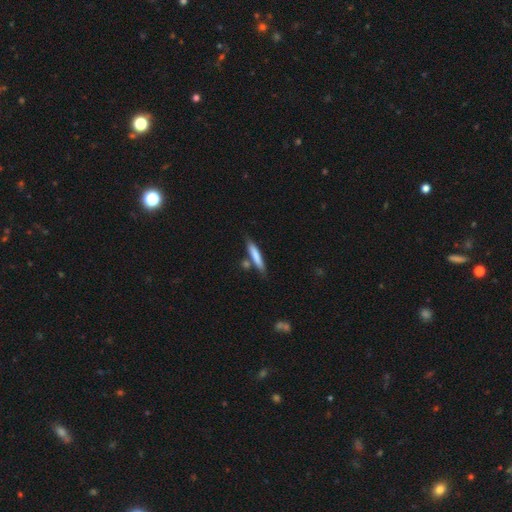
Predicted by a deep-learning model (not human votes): smooth_or_featured: smooth (p=0.76) [alt: featured or disk p=0.19]
how_rounded: cigar-shaped (p=0.90) [alt: in between p=0.09]
merging: none (p=0.76) [alt: minor disturbance p=0.13]